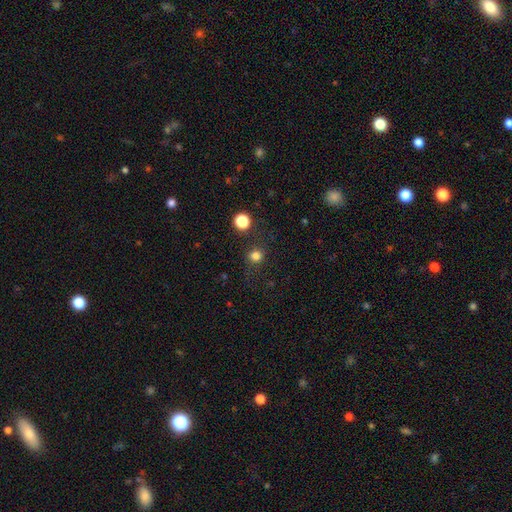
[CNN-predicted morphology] Smooth or featured?
  - smooth: 78% *
  - star or artifact: 17%
  - featured or disk: 5%
How rounded?
  - round: 87% *
  - in between: 12%
  - cigar-shaped: 1%
Merging?
  - none: 80% *
  - minor disturbance: 11%
  - major disturbance: 6%
  - merger: 4%